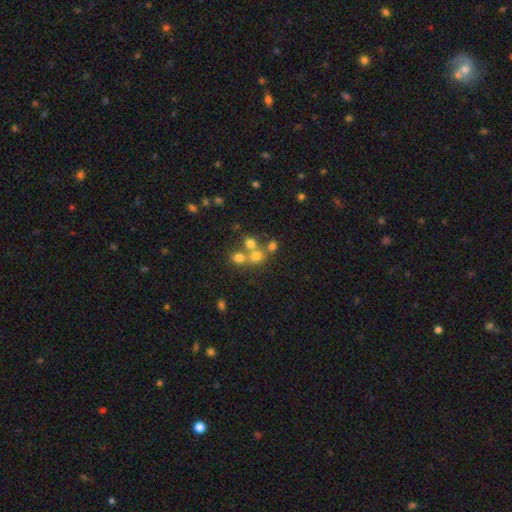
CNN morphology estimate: The model was most divided on "merging": merger: 45%, none: 43%, minor disturbance: 7%, major disturbance: 5%. More confident: how rounded — round (80%); smooth or featured — smooth (62%).